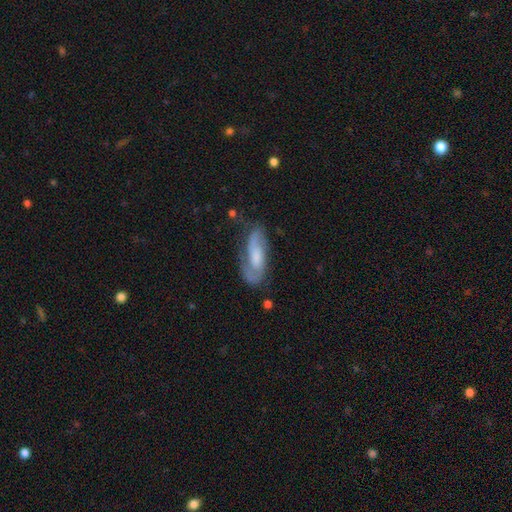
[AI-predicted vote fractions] smooth-or-featured: featured or disk: 70% | smooth: 23% | star or artifact: 7%
  disk-edge-on: no: 89% | yes: 11%
    bar: no: 50% | weak: 37% | strong: 13%
    has-spiral-arms: yes: 92% | no: 8%
      spiral-winding: medium: 47% | tight: 28% | loose: 26%
      spiral-arm-count: 2: 77% | can't tell: 11% | 1: 8% | 3: 2% | 4: 1% | more than 4: 1%
    bulge-size: moderate: 32% | small: 26% | none: 24% | large: 16% | dominant: 2%
  merging: none: 64% | minor disturbance: 22% | major disturbance: 11% | merger: 2%